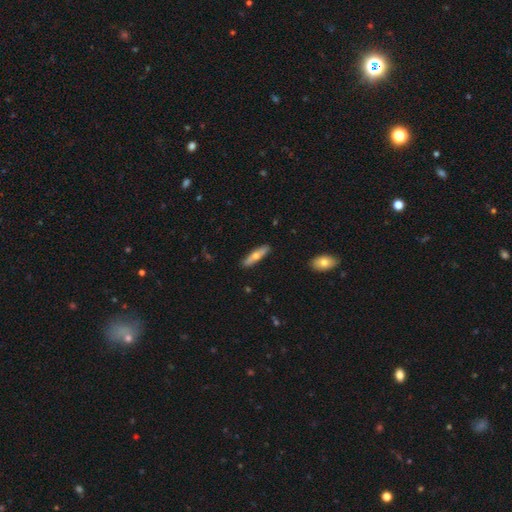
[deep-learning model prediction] This is possibly a smooth galaxy (55%). How rounded: likely cigar-shaped (74%). Merging: clearly none (89%).